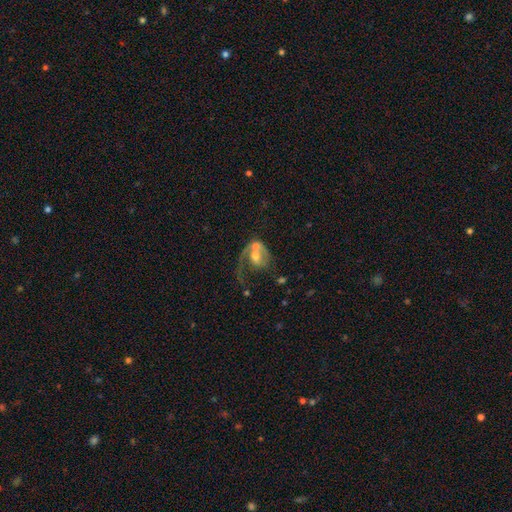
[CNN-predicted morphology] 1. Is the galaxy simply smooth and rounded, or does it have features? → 63% featured or disk, 29% smooth, 8% star or artifact.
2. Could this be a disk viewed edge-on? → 97% no, 3% yes.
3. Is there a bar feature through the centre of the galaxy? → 63% no, 29% weak, 8% strong.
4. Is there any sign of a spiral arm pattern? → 73% yes, 27% no.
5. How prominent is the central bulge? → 53% moderate, 21% large, 16% small, 6% none, 3% dominant.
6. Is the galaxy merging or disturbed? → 39% merger, 31% major disturbance, 20% none, 10% minor disturbance.